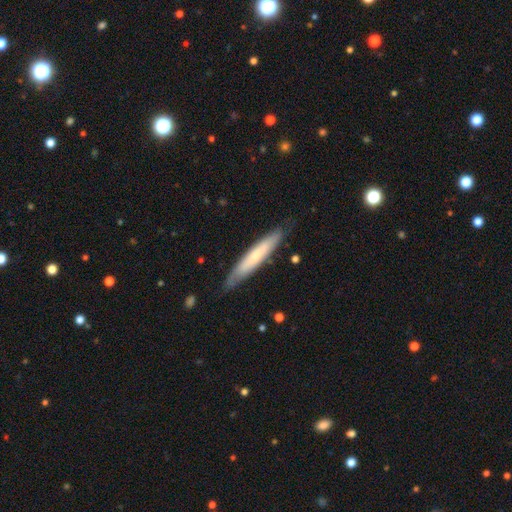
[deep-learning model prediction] smooth 60%, featured or disk 35%, star or artifact 5%. Down the decision tree: how rounded — cigar-shaped (92%); merging — none (83%).